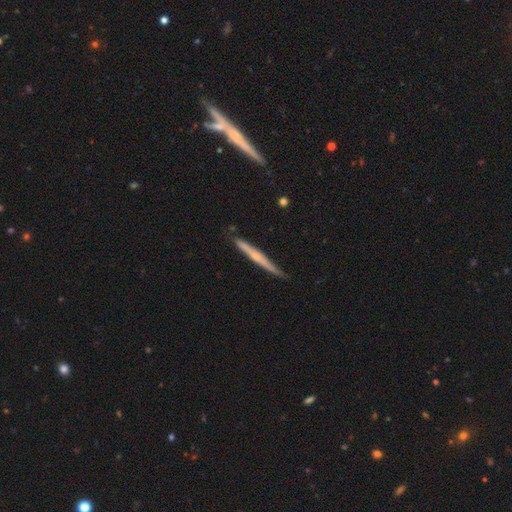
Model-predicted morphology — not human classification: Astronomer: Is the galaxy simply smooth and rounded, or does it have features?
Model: featured or disk — 57% (runner-up: smooth, 37%).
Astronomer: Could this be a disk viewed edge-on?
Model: yes — 97%.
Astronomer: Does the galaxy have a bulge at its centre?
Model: rounded — 47%, tied with none at 47%.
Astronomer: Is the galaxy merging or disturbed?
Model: none — 82%.